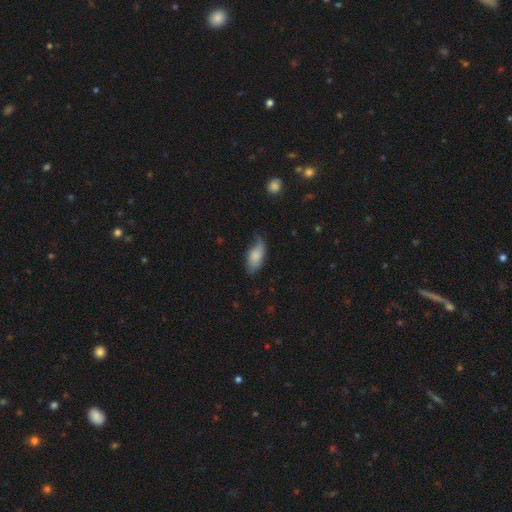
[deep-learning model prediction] This is likely a smooth galaxy (75%). How rounded: clearly in between (88%). Merging: possibly none (52%).